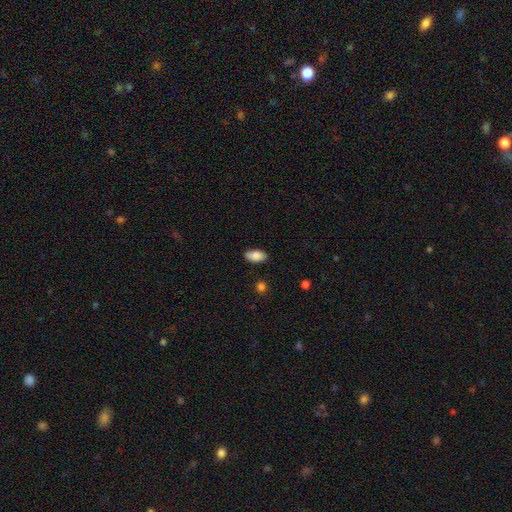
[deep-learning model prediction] This appears to be a smooth galaxy with no disk features (88%) that is in between round and cigar-shaped (93%). Merging: none (85%).